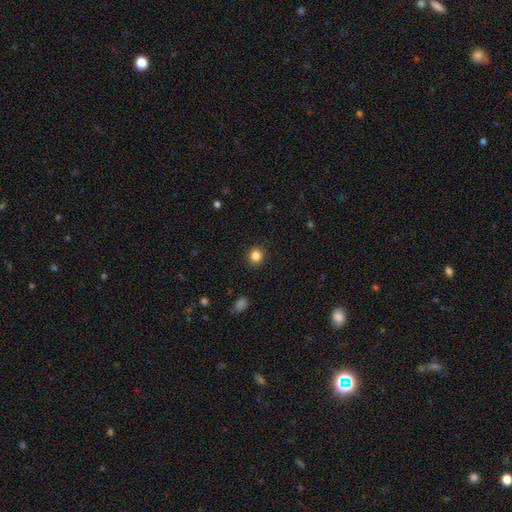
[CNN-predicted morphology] type=smooth (84%); roundness=round (89%); merging=none (92%).